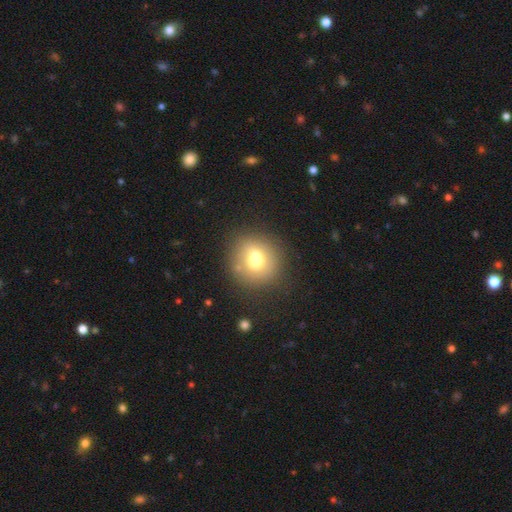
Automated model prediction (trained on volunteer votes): Q: Smooth or featured?
A: smooth (66%); runner-up: featured or disk (23%)
Q: How rounded?
A: round (82%); runner-up: in between (17%)
Q: Merging?
A: none (59%); runner-up: merger (20%)